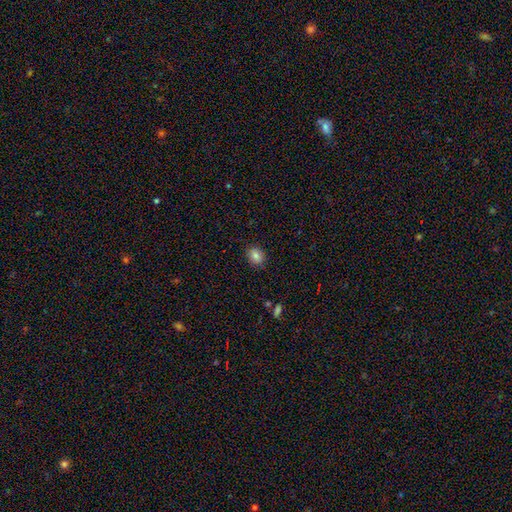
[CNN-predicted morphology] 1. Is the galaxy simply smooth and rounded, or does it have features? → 83% smooth, 10% star or artifact, 7% featured or disk.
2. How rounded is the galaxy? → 57% round, 42% in between, 1% cigar-shaped.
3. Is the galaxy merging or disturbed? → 86% none, 10% minor disturbance, 2% major disturbance, 1% merger.